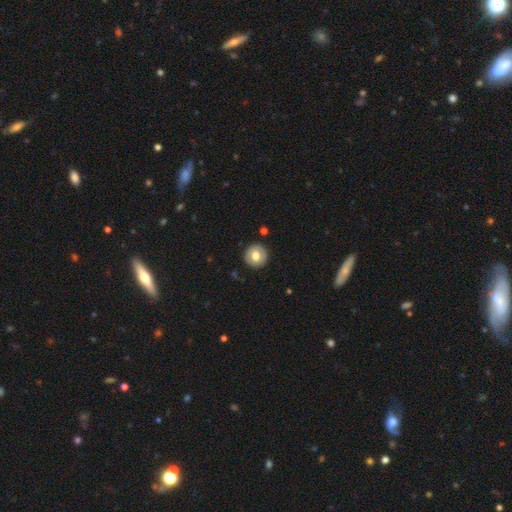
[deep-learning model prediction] smooth_or_featured: smooth (p=0.70) [alt: featured or disk p=0.23]
how_rounded: round (p=0.91) [alt: in between p=0.08]
merging: none (p=0.89) [alt: minor disturbance p=0.08]